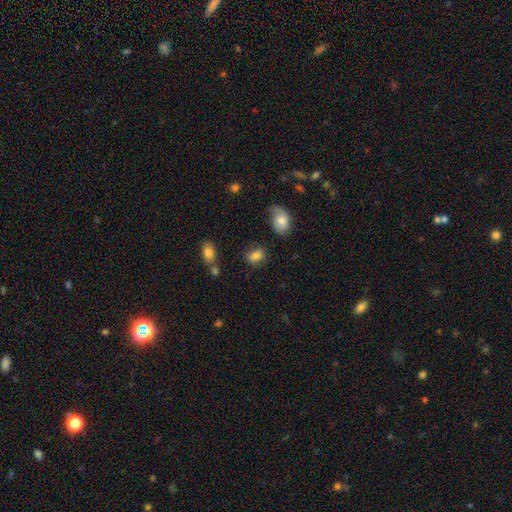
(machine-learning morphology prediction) Overall: smooth (80%). How rounded: in between (70%). Merging: none (77%).